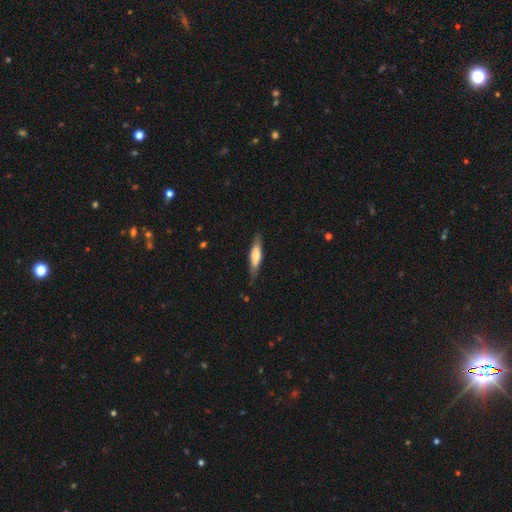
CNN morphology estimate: smooth-or-featured: smooth: 58% | featured or disk: 37% | star or artifact: 6%
  how-rounded: cigar-shaped: 74% | in between: 24% | round: 2%
  merging: none: 81% | minor disturbance: 15% | major disturbance: 3% | merger: 1%